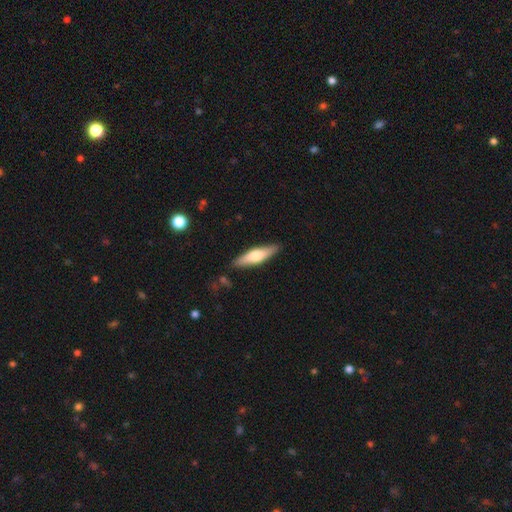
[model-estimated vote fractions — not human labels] The model was most divided on "smooth or featured": smooth: 54%, featured or disk: 41%, star or artifact: 5%. More confident: merging — none (87%); how rounded — cigar-shaped (68%).